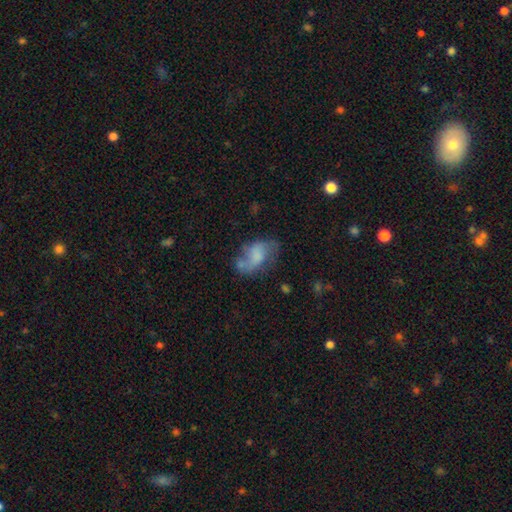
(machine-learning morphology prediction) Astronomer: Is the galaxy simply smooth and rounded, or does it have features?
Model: smooth — 51% (runner-up: featured or disk, 39%).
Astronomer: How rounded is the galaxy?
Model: in between — 86%.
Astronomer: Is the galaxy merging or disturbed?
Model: none — 37% (runner-up: minor disturbance, 25%).